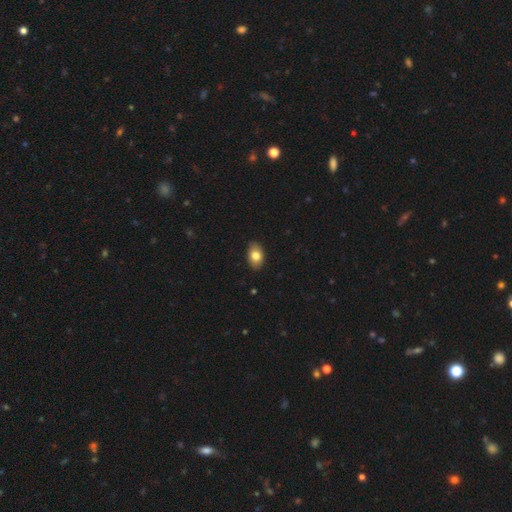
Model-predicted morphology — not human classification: Smooth or featured?
  - smooth: 80% *
  - featured or disk: 12%
  - star or artifact: 8%
How rounded?
  - in between: 85% *
  - round: 14%
  - cigar-shaped: 1%
Merging?
  - none: 87% *
  - minor disturbance: 10%
  - major disturbance: 2%
  - merger: 1%